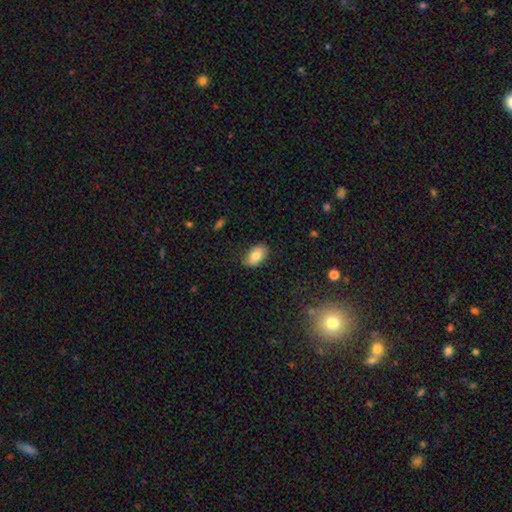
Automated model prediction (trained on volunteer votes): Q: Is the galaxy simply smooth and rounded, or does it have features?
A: smooth — 81%.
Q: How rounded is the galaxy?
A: in between — 92%.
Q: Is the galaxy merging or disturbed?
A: none — 84%.